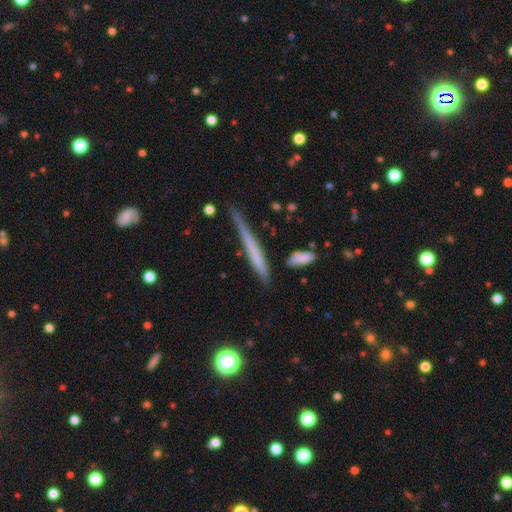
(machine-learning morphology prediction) smooth 52%, featured or disk 41%, star or artifact 7%. Down the decision tree: how rounded — cigar-shaped (95%); merging — none (61%).